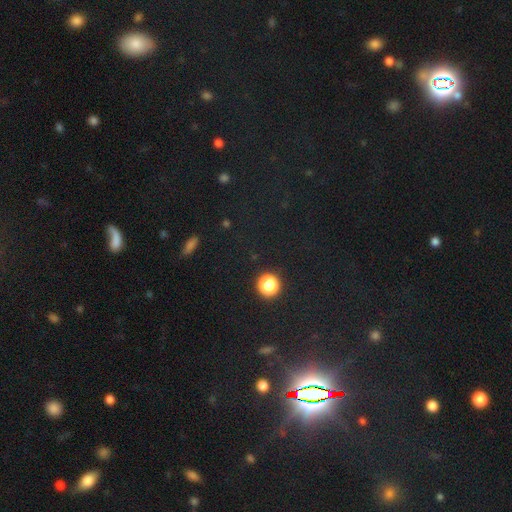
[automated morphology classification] Q: Smooth or featured?
A: star or artifact (78%); runner-up: smooth (14%)